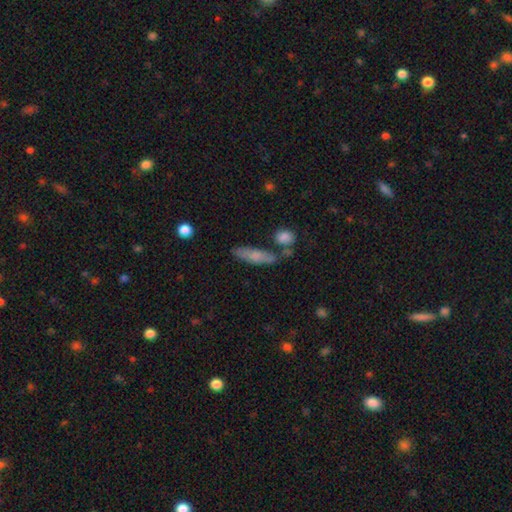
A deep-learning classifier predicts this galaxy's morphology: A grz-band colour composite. It shows a smooth galaxy with no disk features (69%) that is cigar-shaped (65%). Merging: none (67%).